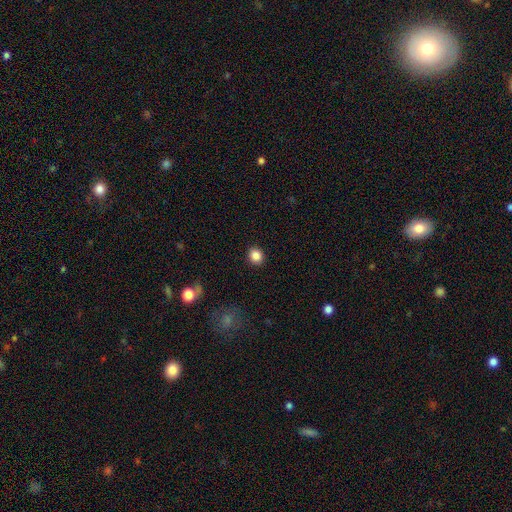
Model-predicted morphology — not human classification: smooth 86%, star or artifact 10%, featured or disk 4%. Down the decision tree: how rounded — round (71%); merging — none (91%).